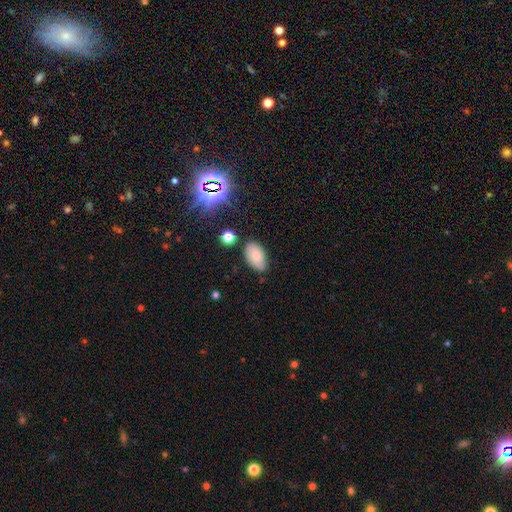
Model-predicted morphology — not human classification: A smooth galaxy with no disk features (77%) that is in between round and cigar-shaped (93%). Merging: none (70%).